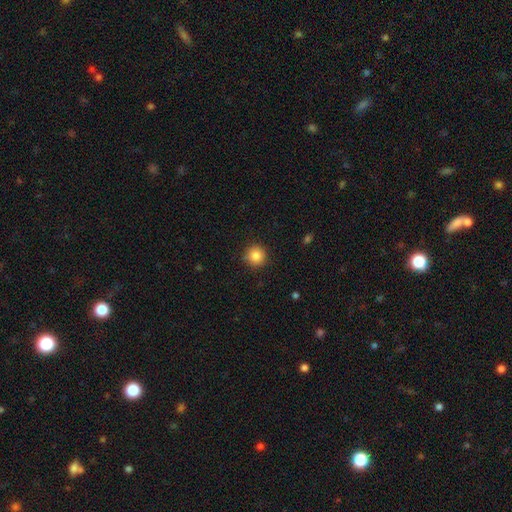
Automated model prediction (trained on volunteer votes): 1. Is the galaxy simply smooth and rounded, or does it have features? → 86% smooth, 10% star or artifact, 4% featured or disk.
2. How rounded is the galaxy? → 94% round, 5% in between, 1% cigar-shaped.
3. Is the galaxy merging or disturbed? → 89% none, 8% minor disturbance, 2% major disturbance, 1% merger.